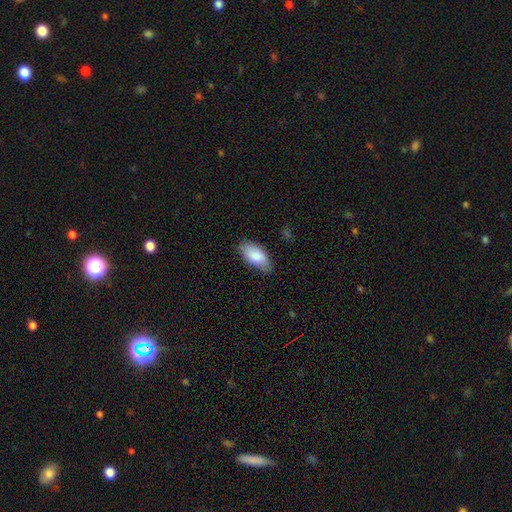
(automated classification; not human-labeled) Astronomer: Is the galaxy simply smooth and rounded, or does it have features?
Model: smooth — 83%.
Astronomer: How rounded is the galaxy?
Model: in between — 91%.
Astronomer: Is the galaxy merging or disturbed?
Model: none — 78%.